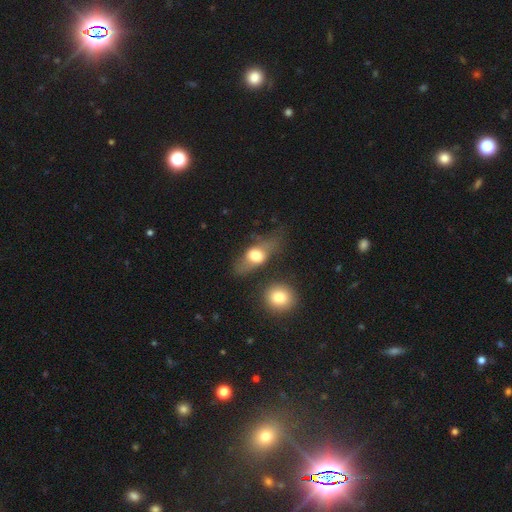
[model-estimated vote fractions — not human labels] The model was most divided on "smooth or featured": smooth: 55%, featured or disk: 36%, star or artifact: 8%. More confident: how rounded — in between (71%); merging — none (55%).